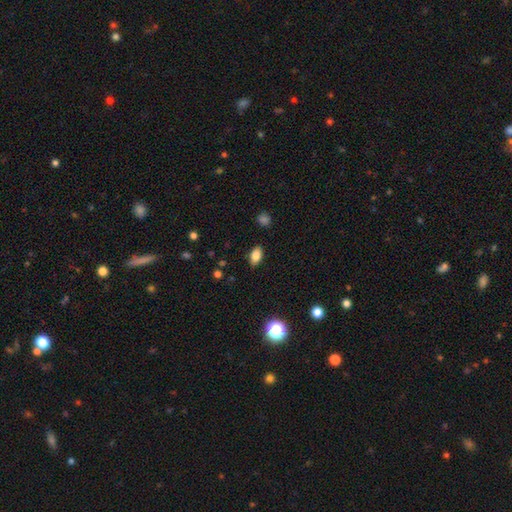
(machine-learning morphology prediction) The model was most divided on "smooth or featured": smooth: 80%, star or artifact: 10%, featured or disk: 10%. More confident: how rounded — in between (87%); merging — none (87%).